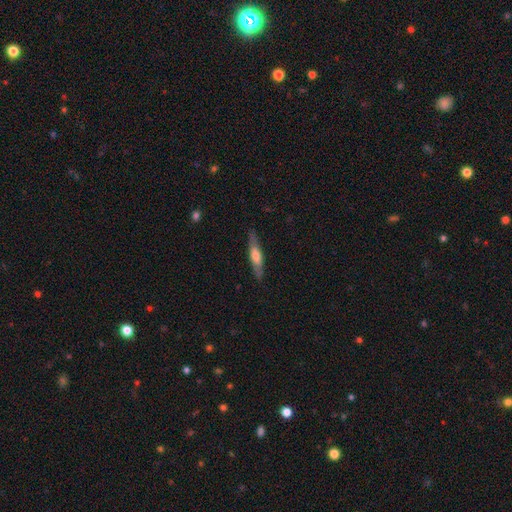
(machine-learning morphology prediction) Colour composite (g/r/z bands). It shows a featured or disk galaxy (49%). Merging: none (85%).